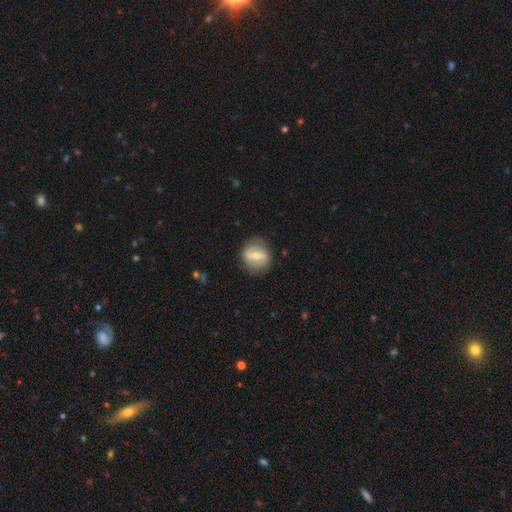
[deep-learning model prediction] Smooth or featured? featured or disk (57%)
Edge-on disk? no (94%)
Bar? strong (47%)
Spiral arms? yes (56%)
Bulge size? moderate (56%)
Merging? none (80%)